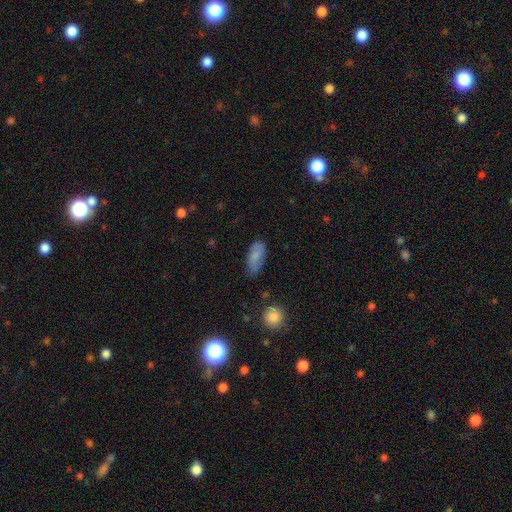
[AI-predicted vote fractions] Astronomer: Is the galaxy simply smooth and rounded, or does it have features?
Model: smooth — 77%.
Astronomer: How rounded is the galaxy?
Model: in between — 83%.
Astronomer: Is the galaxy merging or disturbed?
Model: none — 66%.